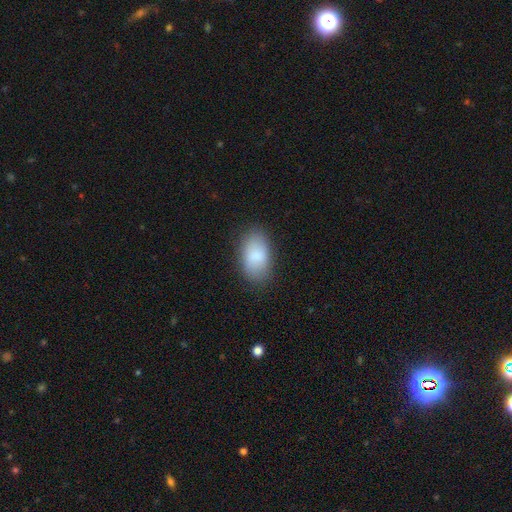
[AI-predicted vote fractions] This appears to be a smooth galaxy with no disk features (85%) that is in between round and cigar-shaped (93%). Merging: none (83%).